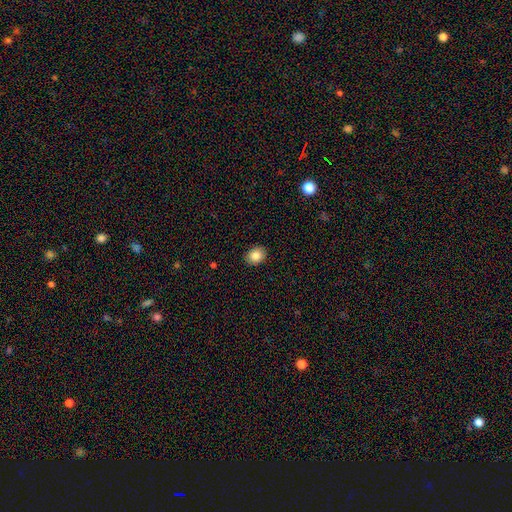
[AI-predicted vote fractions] Smooth or featured: smooth — 84% (star or artifact — 9%)
How rounded: round — 50% (in between — 49%)
Merging: none — 90% (minor disturbance — 7%)